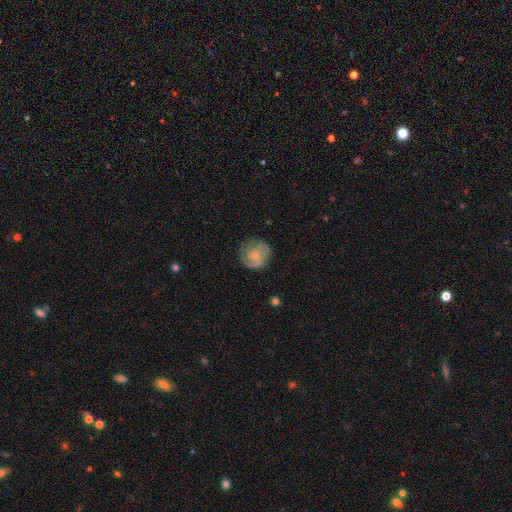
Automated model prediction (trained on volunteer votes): Morphology: type=featured or disk (56%); edge-on=no (98%); bar=no (61%); spiral arms=yes (88%); bulge=small (50%); merging=none (74%).